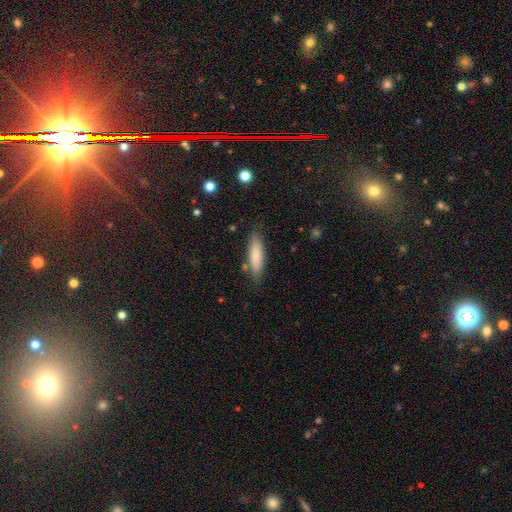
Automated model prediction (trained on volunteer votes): smooth_or_featured: smooth (p=0.82) [alt: featured or disk p=0.12]
how_rounded: cigar-shaped (p=0.61) [alt: in between p=0.38]
merging: none (p=0.79) [alt: minor disturbance p=0.15]